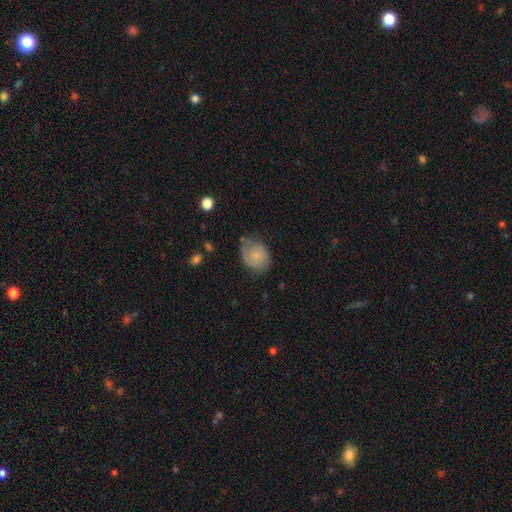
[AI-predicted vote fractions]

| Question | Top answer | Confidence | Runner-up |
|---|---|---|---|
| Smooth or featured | featured or disk | 49% | smooth (43%) |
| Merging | none | 58% | minor disturbance (29%) |